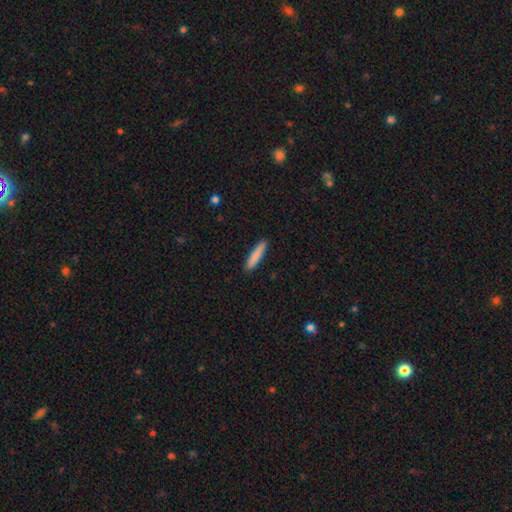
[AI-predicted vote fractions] Overall: smooth (84%). How rounded: cigar-shaped (89%). Merging: none (91%).